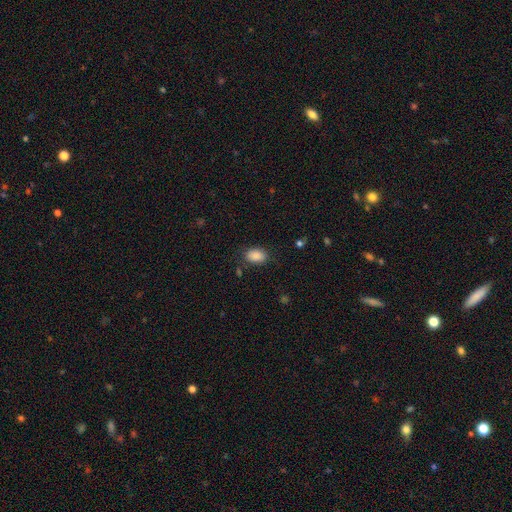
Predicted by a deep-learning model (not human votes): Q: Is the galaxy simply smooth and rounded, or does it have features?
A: smooth — 88%.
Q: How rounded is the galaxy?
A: in between — 87%.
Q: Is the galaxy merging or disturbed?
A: none — 82%.